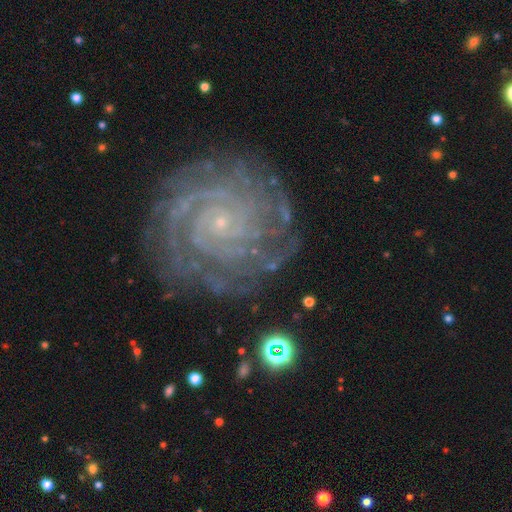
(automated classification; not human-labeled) This appears to be a featured or disk galaxy (90%) with no bar (78%), 2 (20%) tight (85%) spiral arms (98%) and a small central bulge (90%). Merging: none (80%).